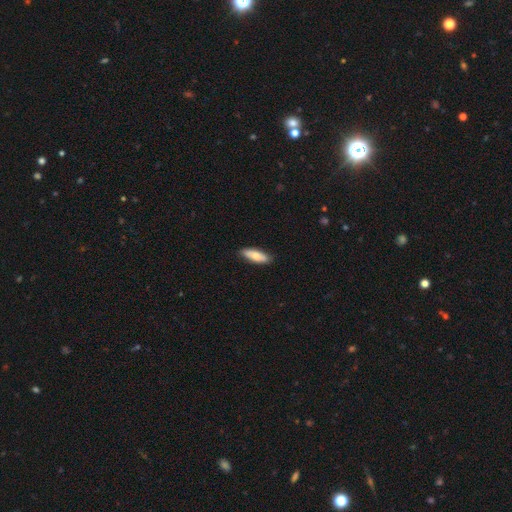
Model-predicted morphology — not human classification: Smooth or featured? Predicted: smooth (p=0.76). How rounded? Predicted: in between (p=0.58). Merging? Predicted: none (p=0.86).